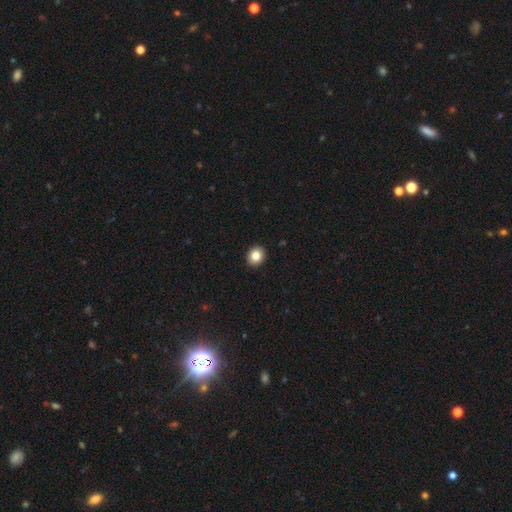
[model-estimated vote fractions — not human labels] This appears to be a smooth galaxy with no disk features (84%) that is round (68%). Merging: none (92%).